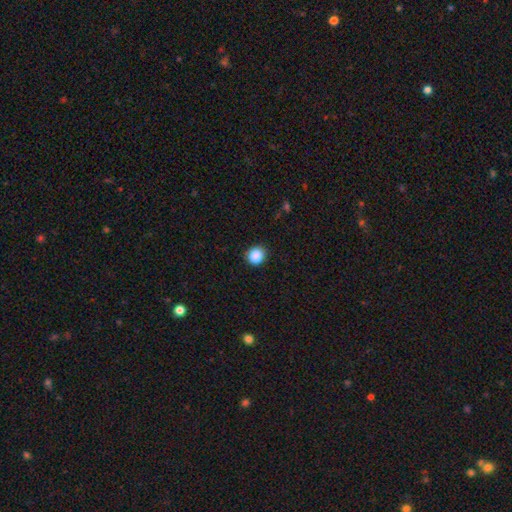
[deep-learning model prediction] A smooth galaxy with no disk features (87%) that is round (86%). Merging: none (89%).